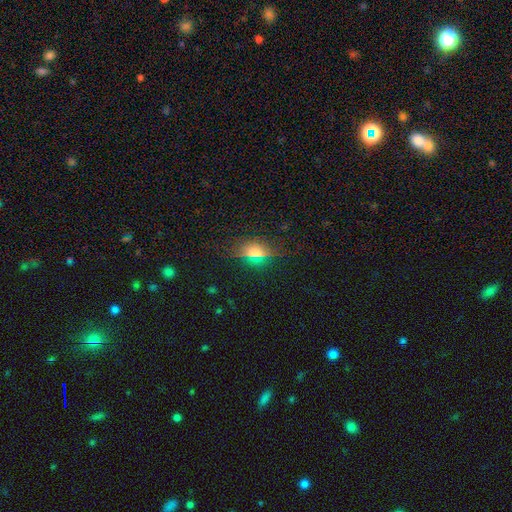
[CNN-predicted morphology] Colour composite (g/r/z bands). It shows a smooth galaxy with no disk features (62%) that is in between round and cigar-shaped (60%). Merging: none (82%).